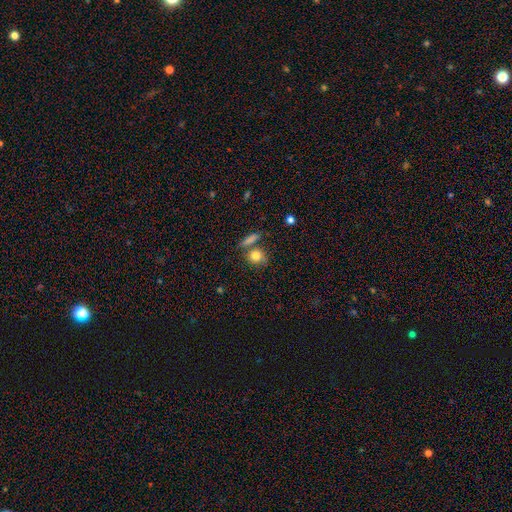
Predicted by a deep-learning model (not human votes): This appears to be a smooth galaxy with no disk features (80%) that is round (63%). Merging: none (60%).